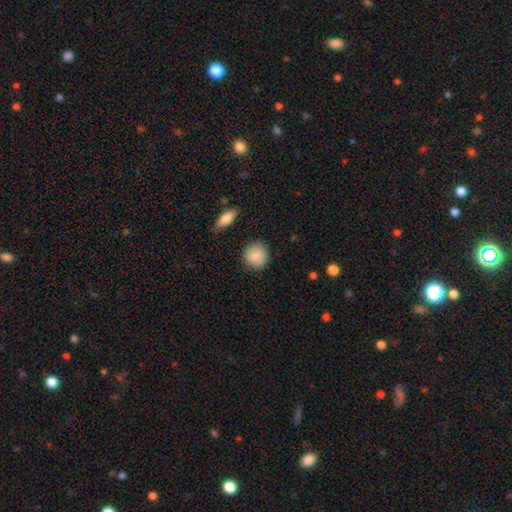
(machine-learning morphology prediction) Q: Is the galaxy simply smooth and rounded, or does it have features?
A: smooth — 88%.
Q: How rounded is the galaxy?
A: round — 88%.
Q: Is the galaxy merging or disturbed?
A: none — 85%.